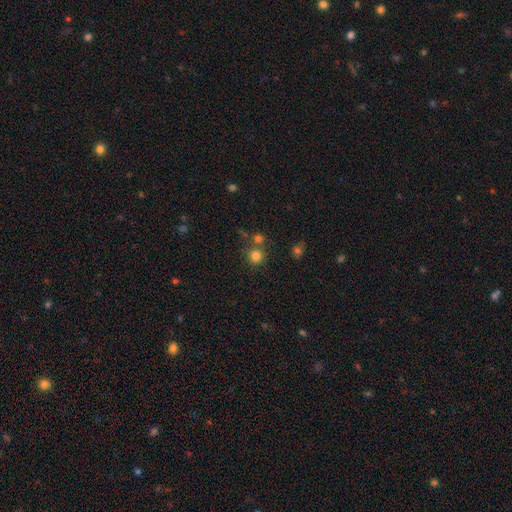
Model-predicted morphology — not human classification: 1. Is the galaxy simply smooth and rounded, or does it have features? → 79% smooth, 15% star or artifact, 6% featured or disk.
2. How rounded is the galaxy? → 92% round, 7% in between, 1% cigar-shaped.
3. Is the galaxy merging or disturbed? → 72% none, 18% merger, 8% minor disturbance, 3% major disturbance.